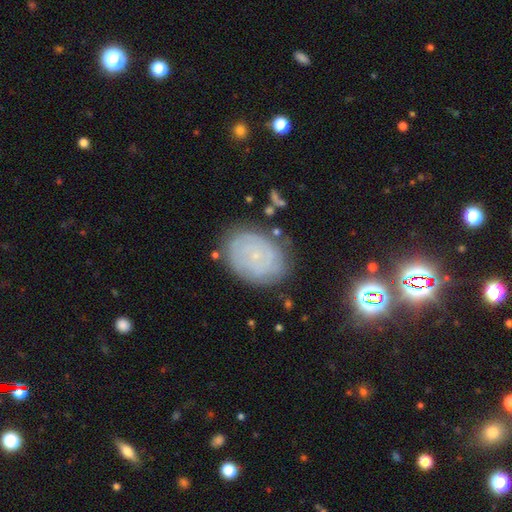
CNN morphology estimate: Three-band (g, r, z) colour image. It shows a featured or disk galaxy (66%) with no bar (81%), tight (78%) spiral arms (83%) and a small central bulge (86%). Merging: none (78%).